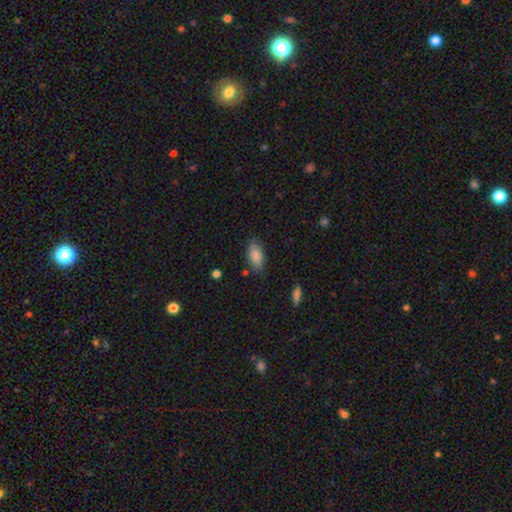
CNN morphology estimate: smooth_or_featured: smooth (p=0.85) [alt: featured or disk p=0.08]
how_rounded: in between (p=0.90) [alt: cigar-shaped p=0.07]
merging: none (p=0.79) [alt: minor disturbance p=0.15]